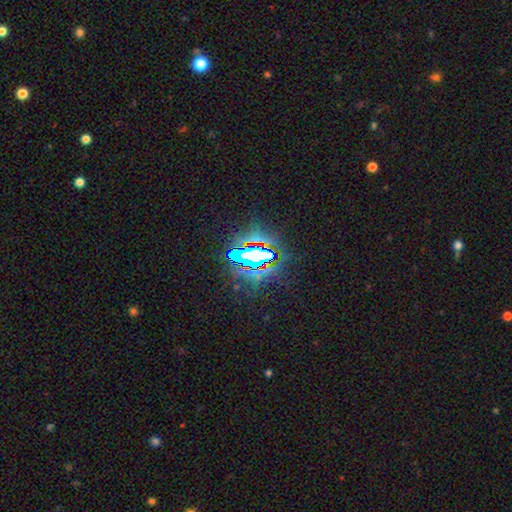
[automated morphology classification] Q: Smooth or featured?
A: star or artifact (73%); runner-up: smooth (13%)